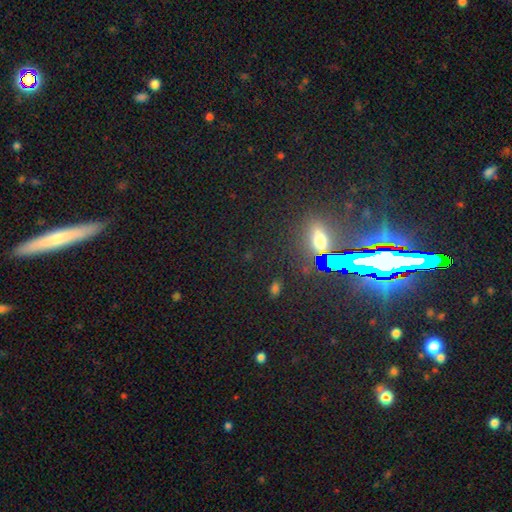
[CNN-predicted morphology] Smooth or featured? star or artifact (69%)